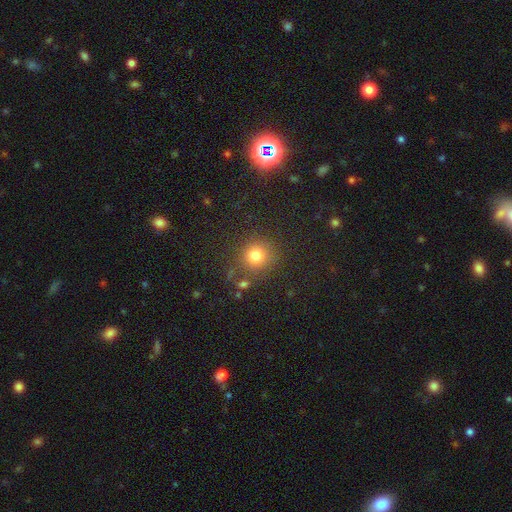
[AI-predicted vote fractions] smooth-or-featured: smooth: 78% | star or artifact: 16% | featured or disk: 6%
  how-rounded: round: 91% | in between: 8% | cigar-shaped: 1%
  merging: none: 81% | minor disturbance: 10% | merger: 5% | major disturbance: 5%